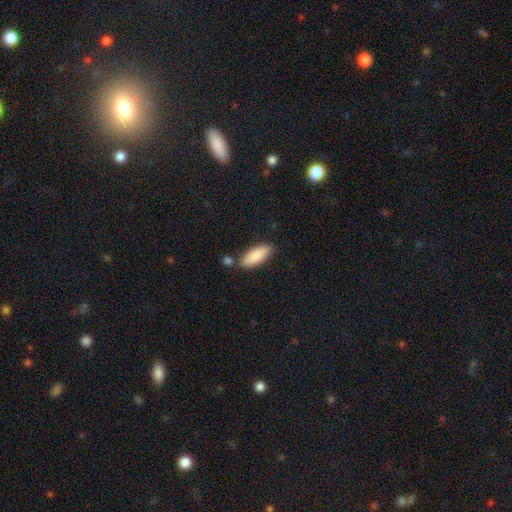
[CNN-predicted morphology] smooth 86%, featured or disk 9%, star or artifact 6%. Down the decision tree: how rounded — in between (72%); merging — none (76%).